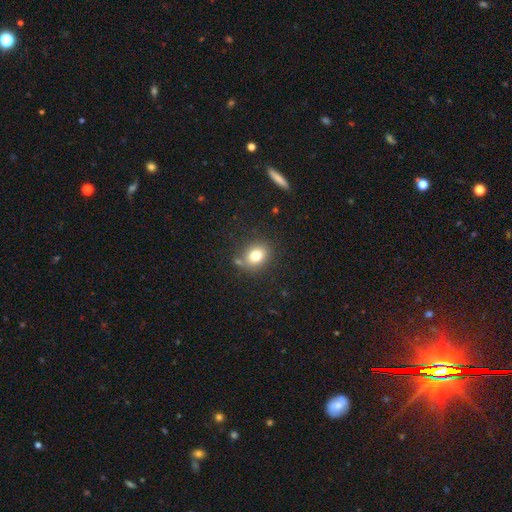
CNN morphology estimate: This is likely a smooth galaxy (79%). How rounded: possibly in between (50%). Merging: likely none (75%).